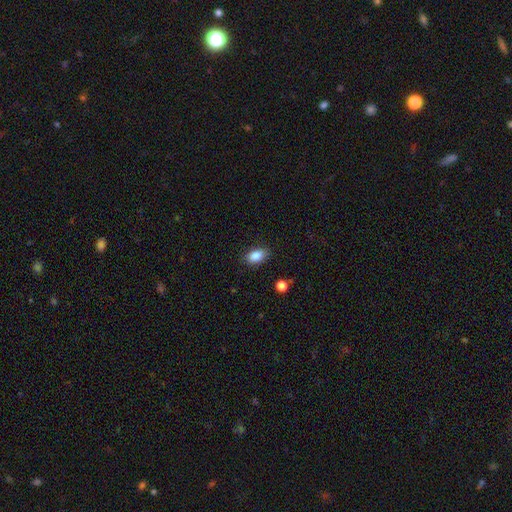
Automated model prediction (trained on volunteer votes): Smooth or featured: smooth — 88% (star or artifact — 8%)
How rounded: in between — 90% (round — 7%)
Merging: none — 84% (minor disturbance — 12%)